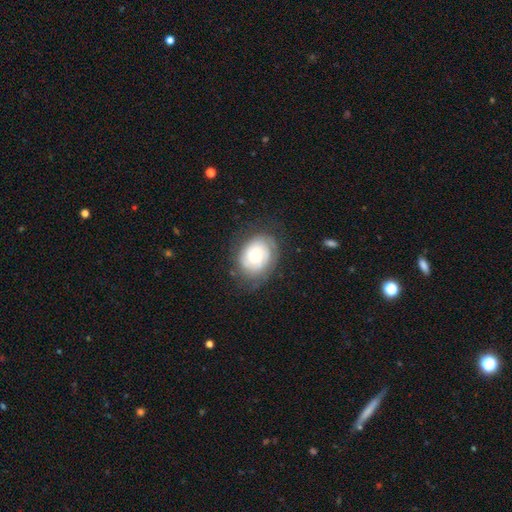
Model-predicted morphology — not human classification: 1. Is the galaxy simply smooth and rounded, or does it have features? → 58% featured or disk, 35% smooth, 7% star or artifact.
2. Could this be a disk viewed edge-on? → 96% no, 4% yes.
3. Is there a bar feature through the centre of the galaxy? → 81% no, 16% weak, 3% strong.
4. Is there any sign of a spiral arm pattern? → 81% yes, 19% no.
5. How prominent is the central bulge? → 59% moderate, 29% small, 9% large, 2% dominant, 1% none.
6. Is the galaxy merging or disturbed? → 69% none, 20% minor disturbance, 9% major disturbance, 1% merger.